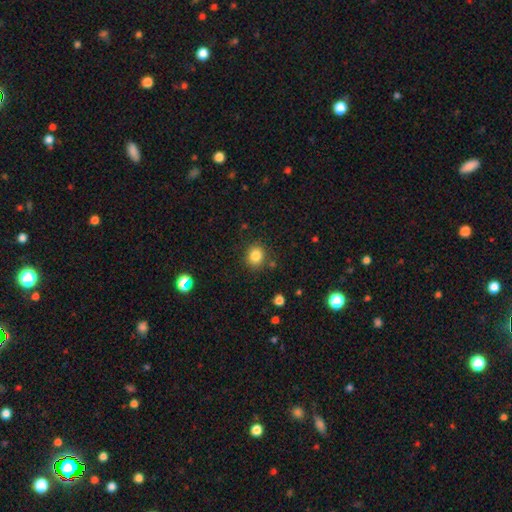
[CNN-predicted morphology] This appears to be a smooth galaxy with no disk features (83%) that is round (75%). Merging: none (85%).